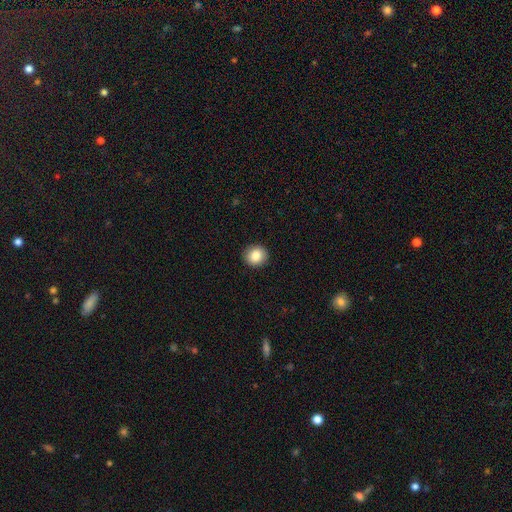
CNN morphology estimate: Overall: smooth (85%). How rounded: round (88%). Merging: none (92%).